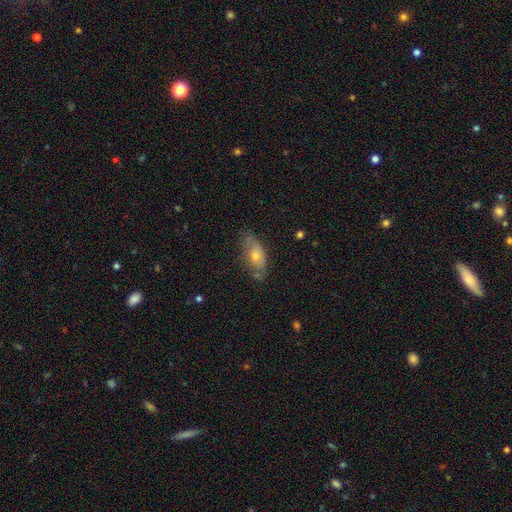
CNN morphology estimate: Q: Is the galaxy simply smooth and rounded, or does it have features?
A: smooth — 57%.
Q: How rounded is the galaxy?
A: in between — 81%.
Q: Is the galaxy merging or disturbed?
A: none — 63%.